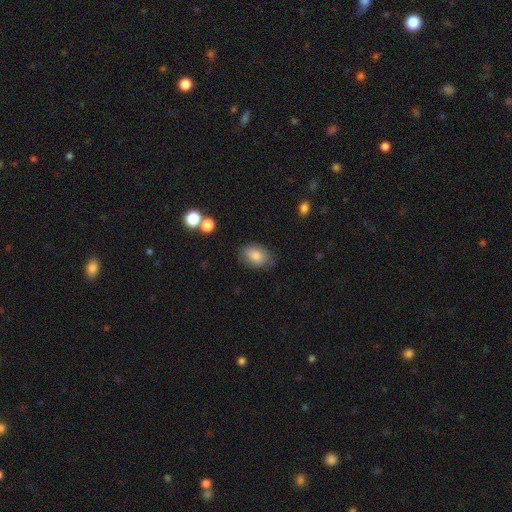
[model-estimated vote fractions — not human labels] Morphology: type=smooth (82%); roundness=in between (85%); merging=none (77%).